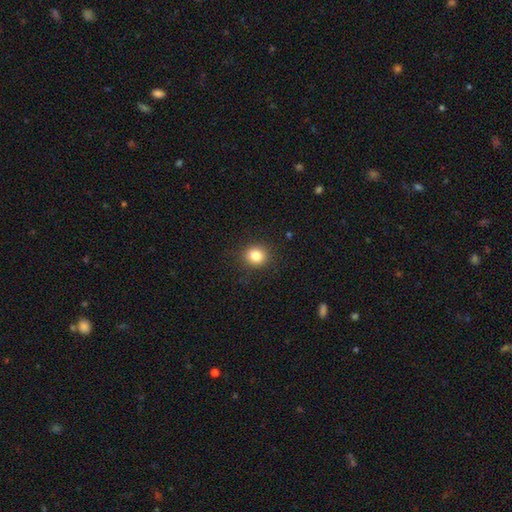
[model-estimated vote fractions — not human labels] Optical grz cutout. It shows a smooth galaxy with no disk features (83%) that is round (82%). Merging: none (89%).